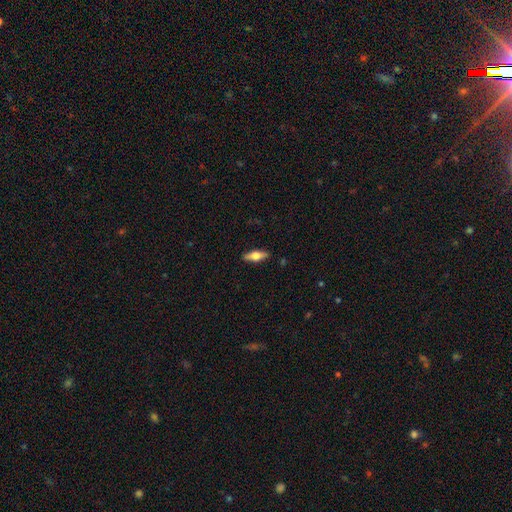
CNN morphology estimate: The model was most divided on "smooth or featured" (2-way tie): smooth: 47%, featured or disk: 47%, star or artifact: 6%. More confident: merging — none (89%).